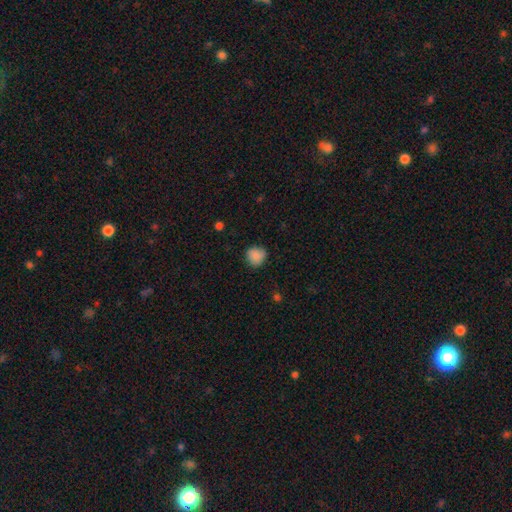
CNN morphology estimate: smooth 86%, star or artifact 9%, featured or disk 5%. Down the decision tree: how rounded — round (88%); merging — none (80%).